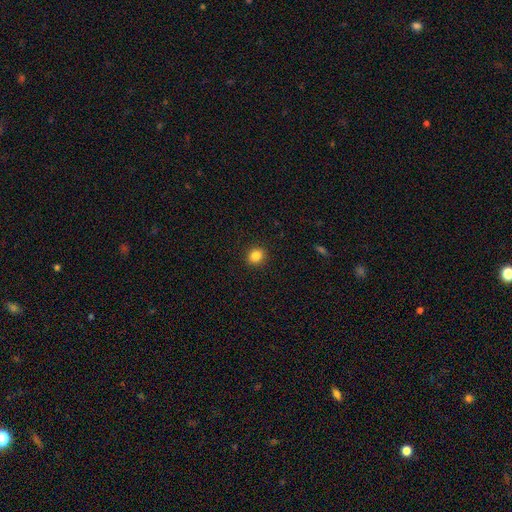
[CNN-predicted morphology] smooth 85%, star or artifact 11%, featured or disk 4%. Down the decision tree: how rounded — round (72%); merging — none (92%).